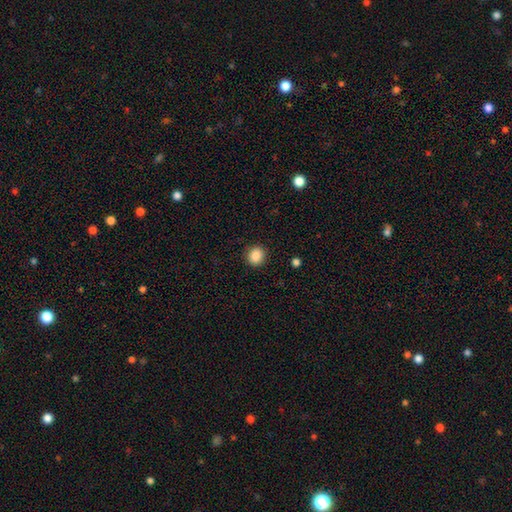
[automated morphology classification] Smooth or featured? Predicted: smooth (p=0.88). How rounded? Predicted: round (p=0.76). Merging? Predicted: none (p=0.89).